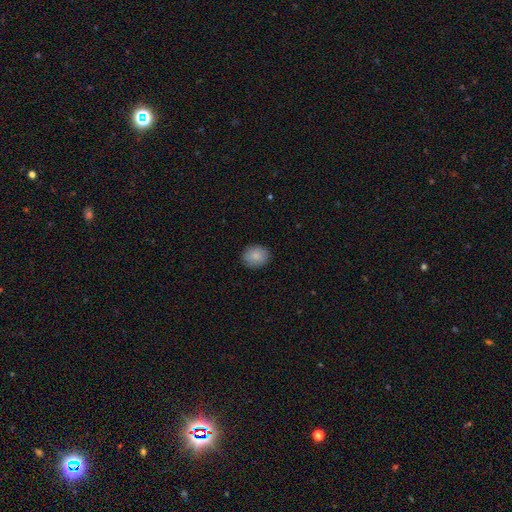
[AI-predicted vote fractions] Smooth or featured?
  - smooth: 87% *
  - star or artifact: 7%
  - featured or disk: 6%
How rounded?
  - round: 59% *
  - in between: 40%
  - cigar-shaped: 1%
Merging?
  - none: 88% *
  - minor disturbance: 9%
  - major disturbance: 2%
  - merger: 1%